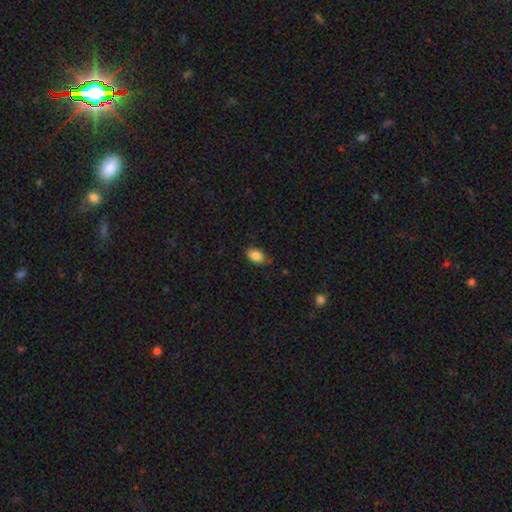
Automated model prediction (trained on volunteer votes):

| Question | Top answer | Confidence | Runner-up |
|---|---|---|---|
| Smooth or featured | smooth | 85% | star or artifact (8%) |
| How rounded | in between | 85% | round (13%) |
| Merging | none | 74% | minor disturbance (22%) |